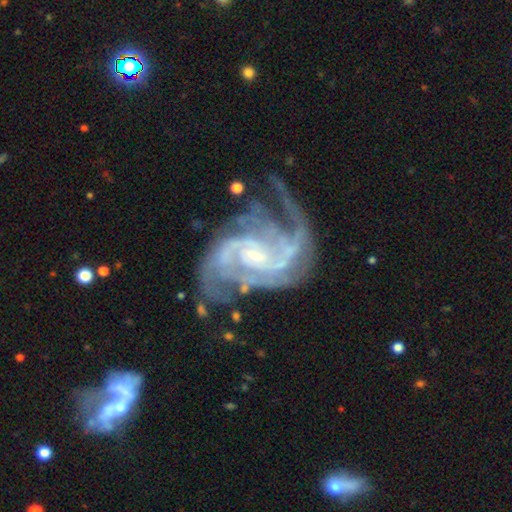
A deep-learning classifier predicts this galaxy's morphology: smooth-or-featured: featured or disk: 91% | star or artifact: 5% | smooth: 3%
  disk-edge-on: no: 98% | yes: 2%
    bar: weak: 45% | no: 40% | strong: 15%
    has-spiral-arms: yes: 98% | no: 2%
      spiral-winding: medium: 48% | tight: 36% | loose: 16%
      spiral-arm-count: 2: 38% | 3: 22% | can't tell: 16% | 4: 11% | 1: 7% | more than 4: 7%
    bulge-size: small: 69% | moderate: 19% | none: 9% | large: 2% | dominant: 1%
  merging: none: 50% | major disturbance: 25% | minor disturbance: 21% | merger: 4%